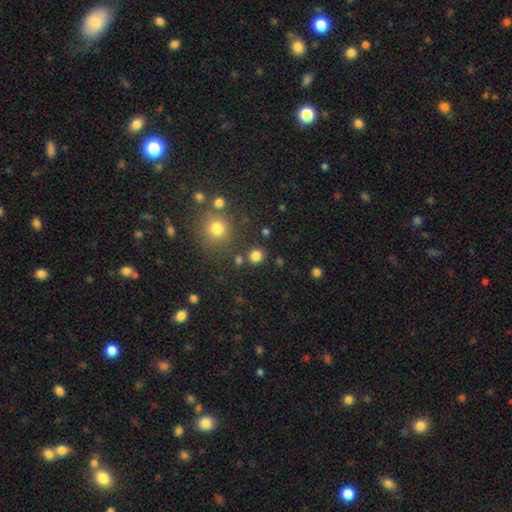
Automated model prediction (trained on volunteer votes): smooth 80%, star or artifact 16%, featured or disk 5%. Down the decision tree: how rounded — round (90%); merging — none (85%).